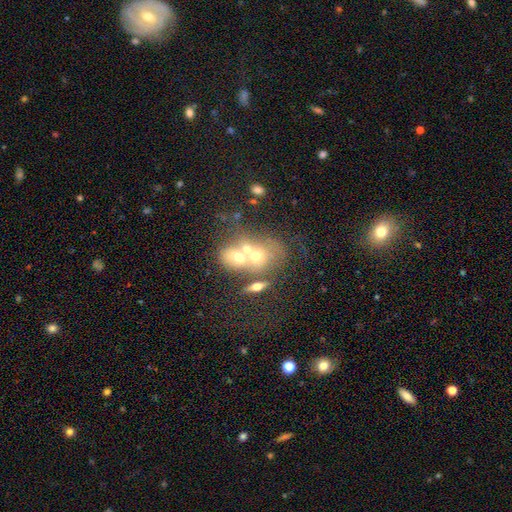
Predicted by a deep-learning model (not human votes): Smooth or featured? smooth (47%)
Merging? merger (63%)